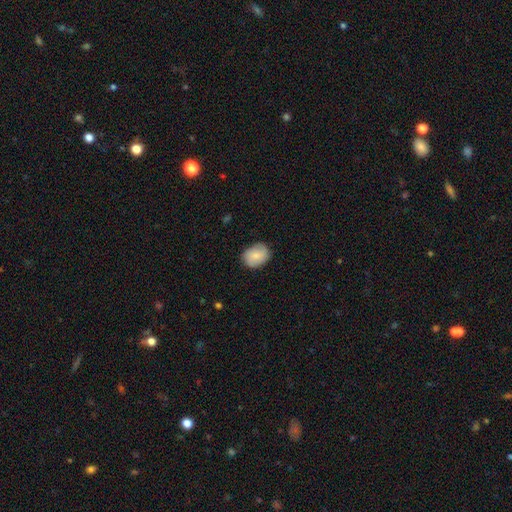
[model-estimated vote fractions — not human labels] This is likely a smooth galaxy (78%). How rounded: likely in between (63%). Merging: likely none (79%).